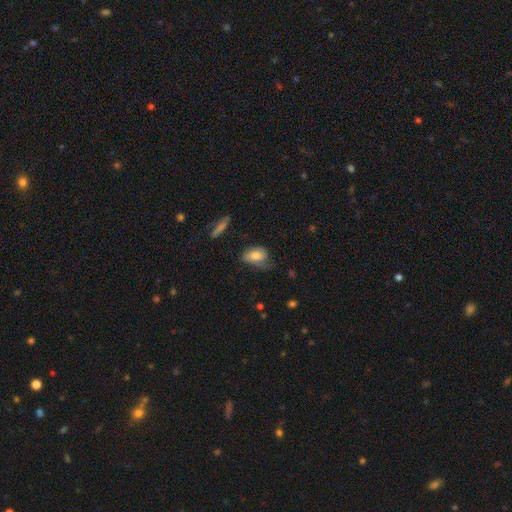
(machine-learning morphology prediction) The model was most divided on "merging": none: 37%, minor disturbance: 31%, major disturbance: 29%, merger: 3%. More confident: how rounded — in between (86%); smooth or featured — smooth (63%).